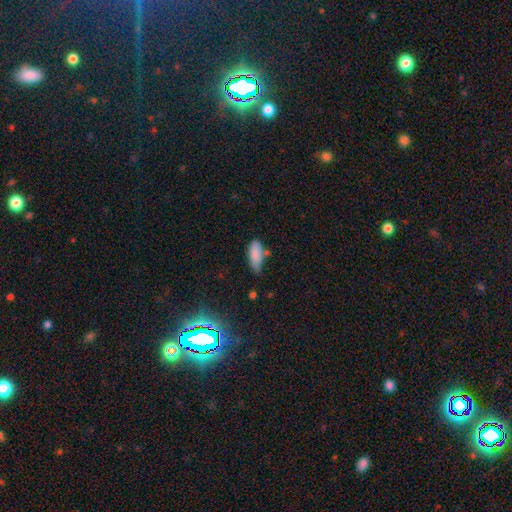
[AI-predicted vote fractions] The model was most divided on "merging": none: 45%, minor disturbance: 38%, major disturbance: 9%, merger: 8%. More confident: smooth or featured — smooth (83%); how rounded — in between (79%).